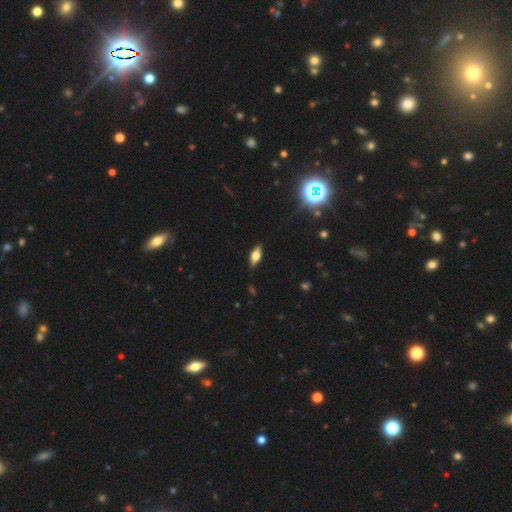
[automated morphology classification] type=smooth (53%); roundness=in between (74%); merging=none (86%).